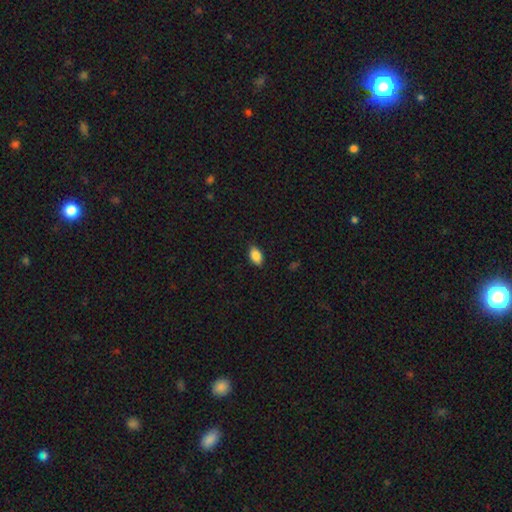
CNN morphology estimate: This appears to be a smooth galaxy with no disk features (86%) that is in between round and cigar-shaped (91%). Merging: none (86%).